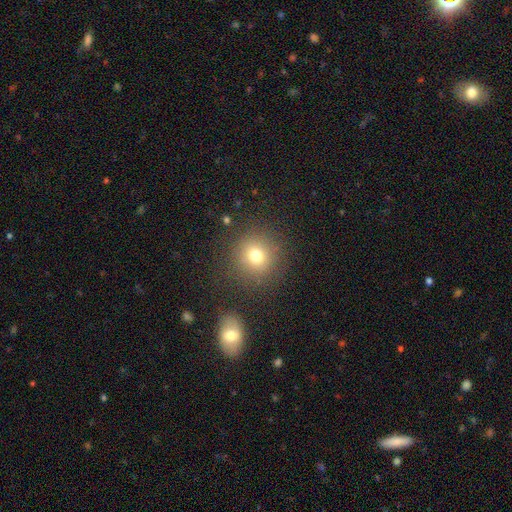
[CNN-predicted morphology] A smooth galaxy with no disk features (74%) that is round (91%).

Vote fractions:
- Smooth or featured? smooth: 74% / star or artifact: 15% / featured or disk: 11%
- How rounded? round: 91% / in between: 8% / cigar-shaped: 1%
- Merging? none: 84% / minor disturbance: 8% / major disturbance: 4% / merger: 3%